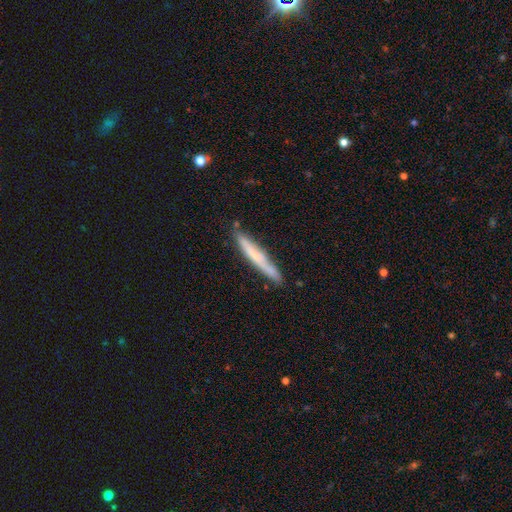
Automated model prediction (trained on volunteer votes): Q: Smooth or featured?
A: smooth (57%); runner-up: featured or disk (37%)
Q: How rounded?
A: cigar-shaped (95%); runner-up: in between (3%)
Q: Merging?
A: none (81%); runner-up: minor disturbance (14%)